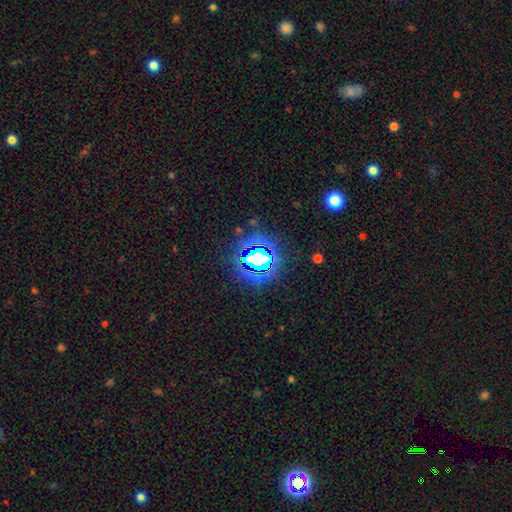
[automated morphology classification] This is likely a star or artifact rather than a galaxy (74%).